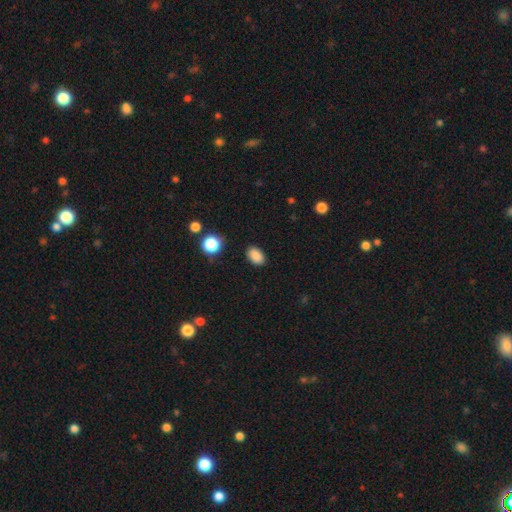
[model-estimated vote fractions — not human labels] Smooth or featured: smooth — 87% (star or artifact — 10%)
How rounded: in between — 83% (round — 16%)
Merging: none — 86% (minor disturbance — 10%)